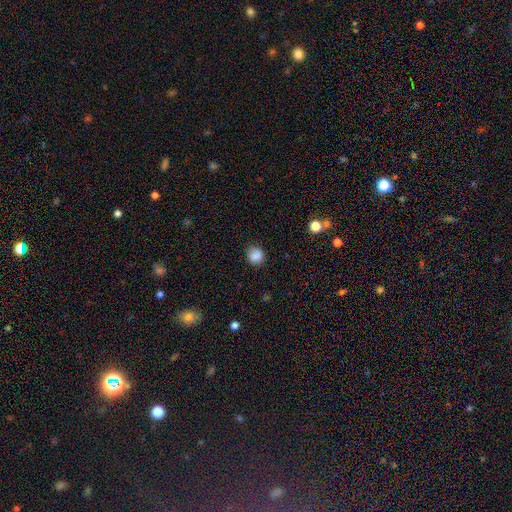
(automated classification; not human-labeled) Smooth or featured: smooth — 84% (star or artifact — 10%)
How rounded: round — 77% (in between — 23%)
Merging: none — 78% (minor disturbance — 16%)